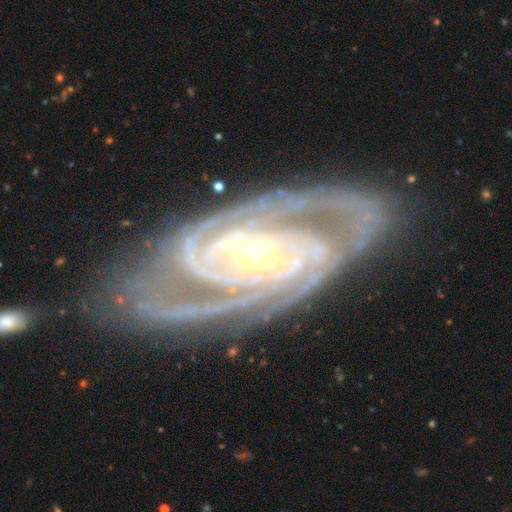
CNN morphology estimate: The model was most divided on "spiral arm count": 2: 35%, 3: 33%, 4: 11%, can't tell: 10%, more than 4: 5%, 1: 5%. Remaining: spiral arms — yes (98%); edge-on disk — no (95%); smooth or featured — featured or disk (93%); merging — none (76%); spiral winding — tight (69%); bulge size — small (50%); bar — no (46%).